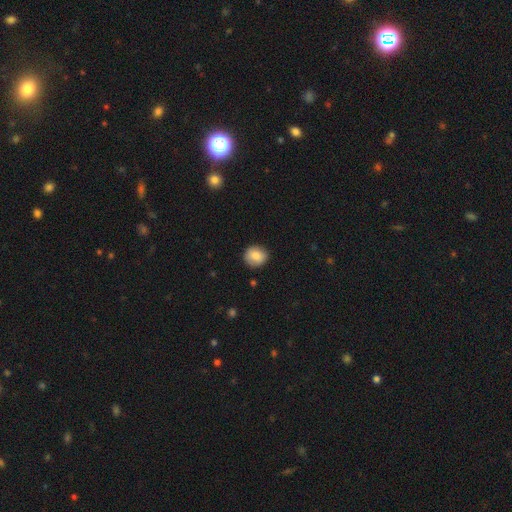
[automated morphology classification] Q: Smooth or featured?
A: smooth (82%); runner-up: featured or disk (10%)
Q: How rounded?
A: round (85%); runner-up: in between (14%)
Q: Merging?
A: none (85%); runner-up: minor disturbance (11%)